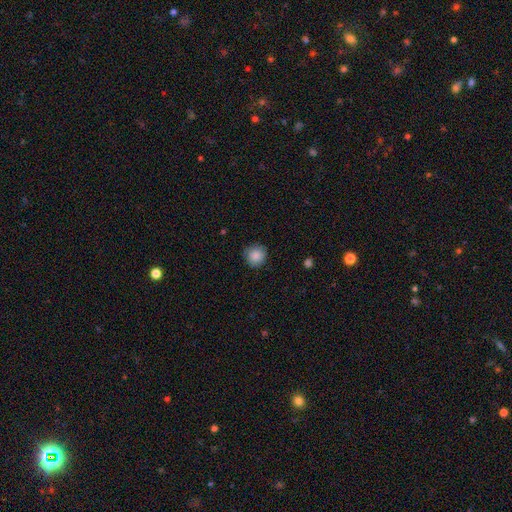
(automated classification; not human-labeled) Morphology: type=smooth (87%); roundness=round (91%); merging=none (84%).